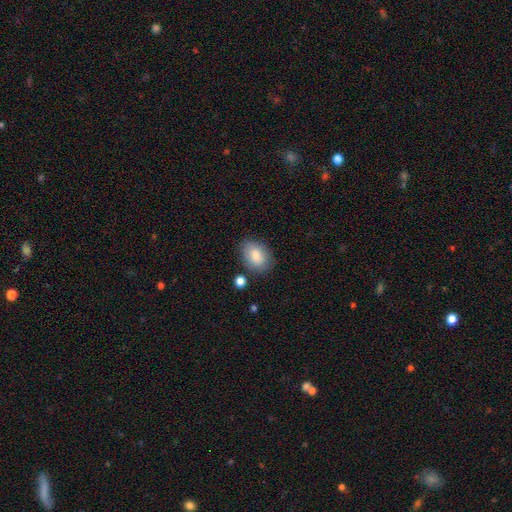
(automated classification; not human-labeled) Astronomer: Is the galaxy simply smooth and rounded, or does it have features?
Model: smooth — 84%.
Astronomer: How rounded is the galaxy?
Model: in between — 81%.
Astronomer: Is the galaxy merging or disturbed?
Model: none — 77%.